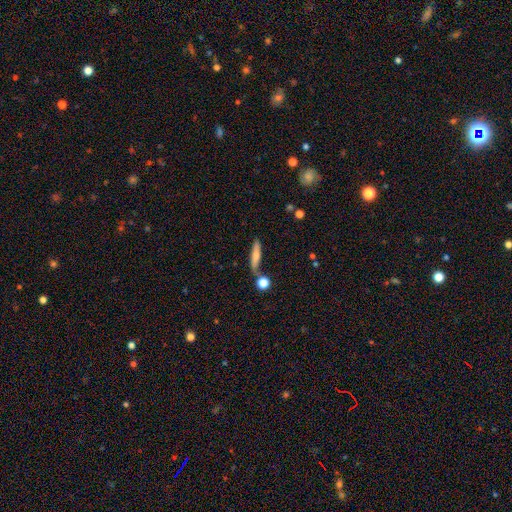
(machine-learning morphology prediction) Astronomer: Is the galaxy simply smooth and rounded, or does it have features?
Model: smooth — 69%.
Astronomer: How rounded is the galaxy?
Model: cigar-shaped — 82%.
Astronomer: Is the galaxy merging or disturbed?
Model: none — 66%.